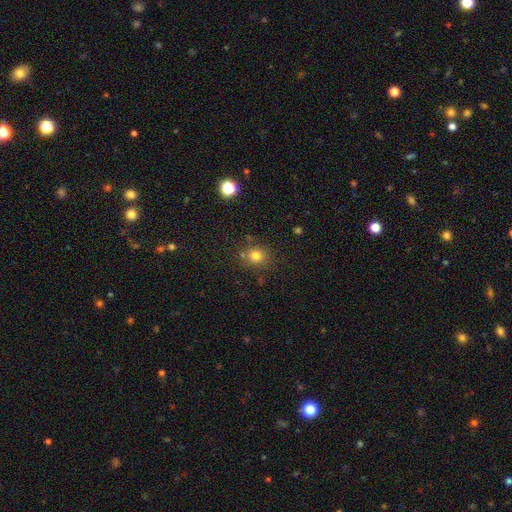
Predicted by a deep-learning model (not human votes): smooth_or_featured: smooth (p=0.78) [alt: star or artifact p=0.14]
how_rounded: round (p=0.77) [alt: in between p=0.22]
merging: none (p=0.76) [alt: minor disturbance p=0.13]